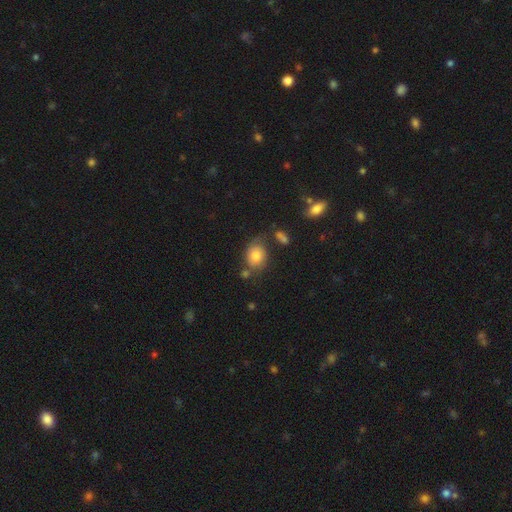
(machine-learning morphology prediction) A smooth galaxy with no disk features (76%) that is in between round and cigar-shaped (53%). Merging: none (54%).